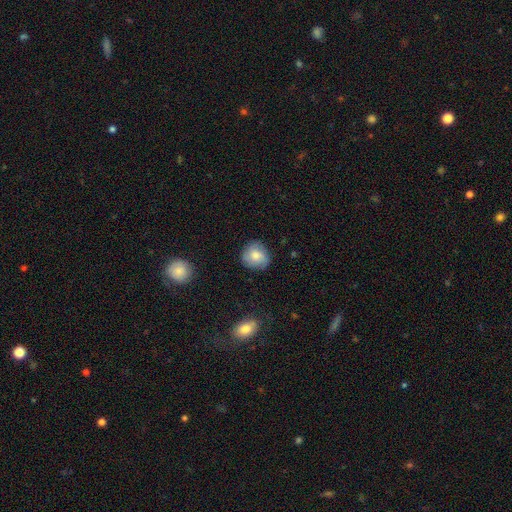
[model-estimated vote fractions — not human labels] Q: Smooth or featured?
A: smooth (68%); runner-up: featured or disk (23%)
Q: How rounded?
A: round (83%); runner-up: in between (16%)
Q: Merging?
A: none (76%); runner-up: minor disturbance (18%)